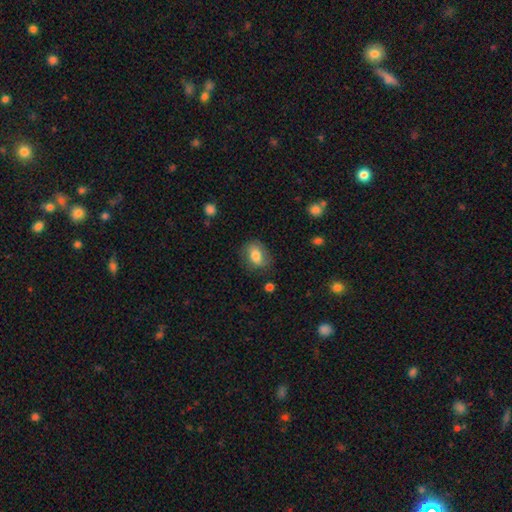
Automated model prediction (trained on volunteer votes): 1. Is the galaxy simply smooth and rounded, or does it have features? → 74% smooth, 19% featured or disk, 8% star or artifact.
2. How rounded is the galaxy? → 73% in between, 25% round, 2% cigar-shaped.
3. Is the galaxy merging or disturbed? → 74% none, 18% minor disturbance, 6% major disturbance, 1% merger.